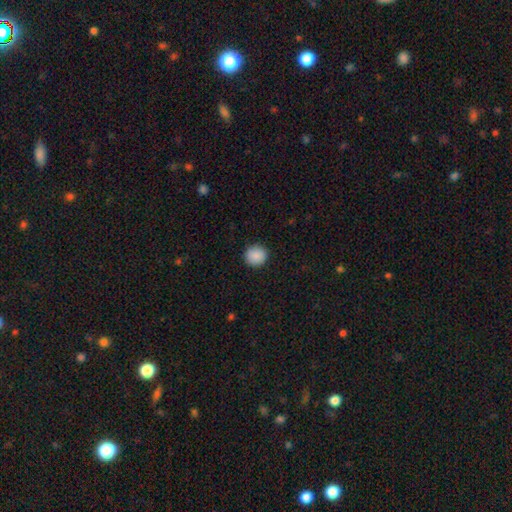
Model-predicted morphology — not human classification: Q: Smooth or featured?
A: smooth (90%); runner-up: star or artifact (7%)
Q: How rounded?
A: round (90%); runner-up: in between (9%)
Q: Merging?
A: none (92%); runner-up: minor disturbance (5%)